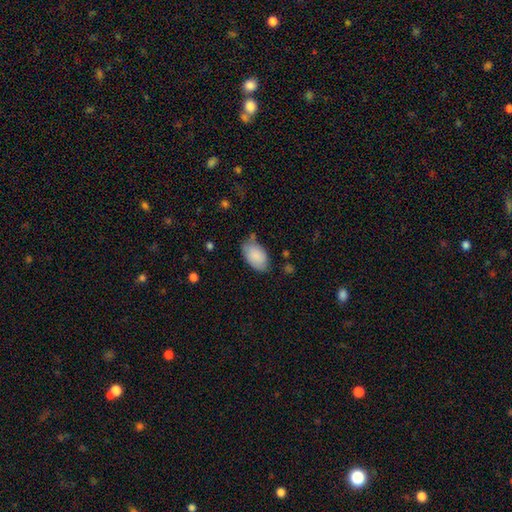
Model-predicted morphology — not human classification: A smooth galaxy with no disk features (86%) that is in between round and cigar-shaped (94%). Merging: none (66%).